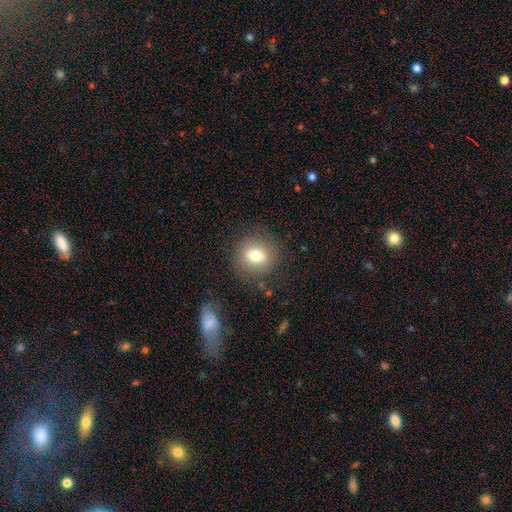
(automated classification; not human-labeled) smooth_or_featured: smooth (p=0.74) [alt: featured or disk p=0.15]
how_rounded: round (p=0.78) [alt: in between p=0.21]
merging: none (p=0.83) [alt: minor disturbance p=0.11]